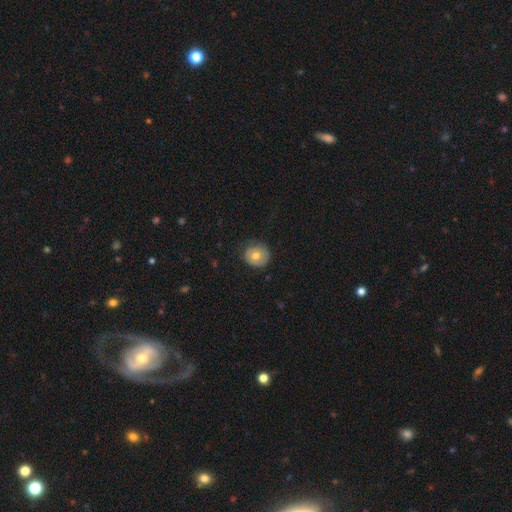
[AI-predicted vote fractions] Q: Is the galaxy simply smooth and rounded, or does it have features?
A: smooth — 65%.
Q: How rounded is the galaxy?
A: round — 87%.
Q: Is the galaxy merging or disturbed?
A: none — 72%.